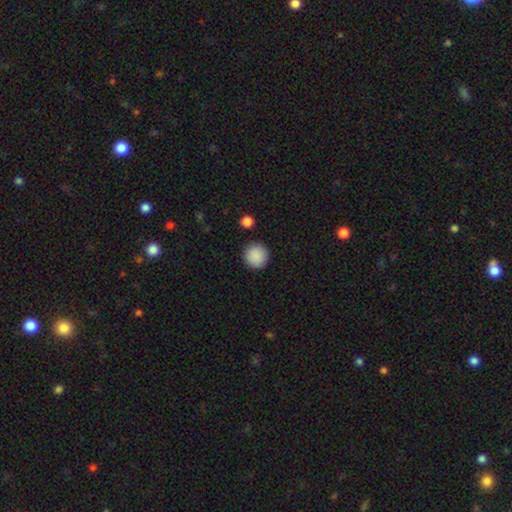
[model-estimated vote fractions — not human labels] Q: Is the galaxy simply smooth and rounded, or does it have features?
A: smooth — 89%.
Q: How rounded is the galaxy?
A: round — 95%.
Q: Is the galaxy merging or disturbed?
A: none — 91%.